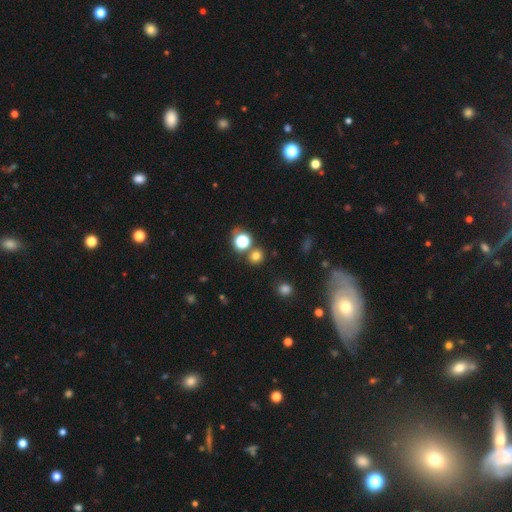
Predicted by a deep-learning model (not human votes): Q: Smooth or featured?
A: smooth (71%); runner-up: star or artifact (23%)
Q: How rounded?
A: round (83%); runner-up: in between (16%)
Q: Merging?
A: none (77%); runner-up: merger (12%)